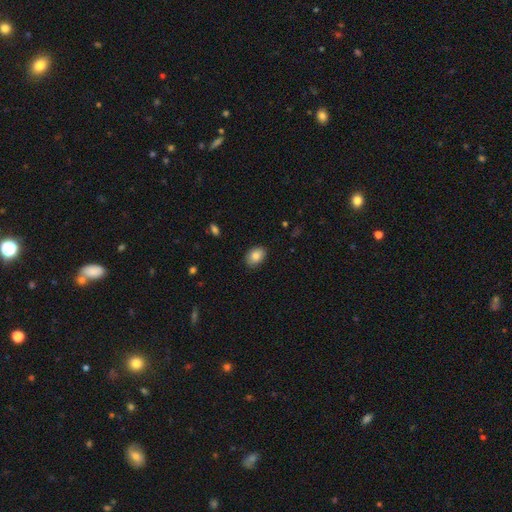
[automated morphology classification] smooth 85%, star or artifact 8%, featured or disk 7%. Down the decision tree: how rounded — in between (77%); merging — none (87%).